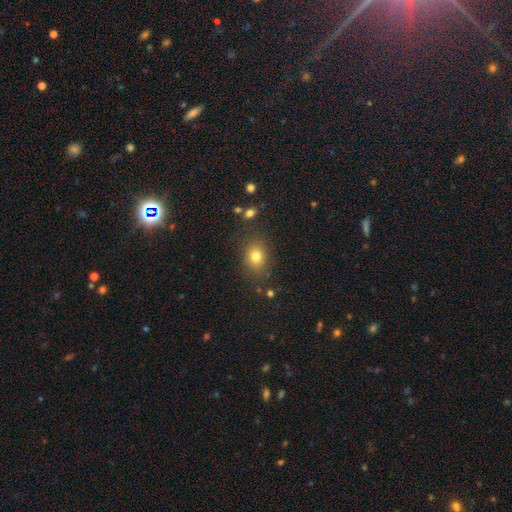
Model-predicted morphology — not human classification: Smooth or featured? smooth (78%)
How rounded? round (51%)
Merging? none (81%)